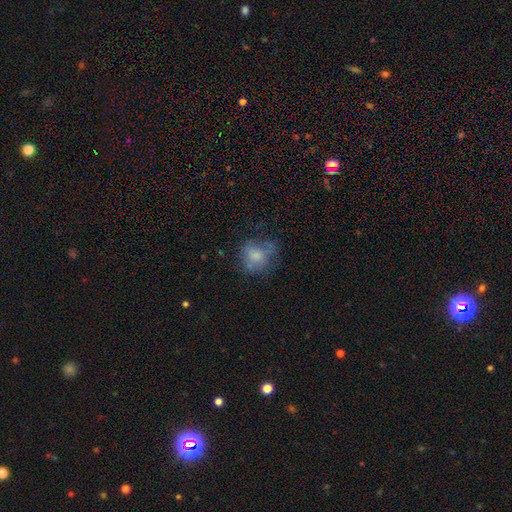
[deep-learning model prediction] A smooth galaxy with no disk features (68%) that is round (65%). Merging: none (47%).